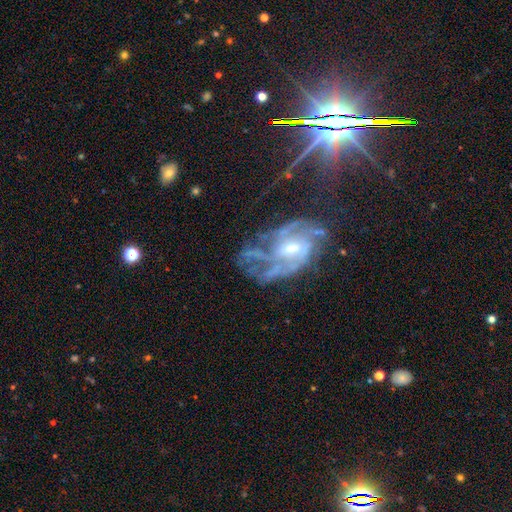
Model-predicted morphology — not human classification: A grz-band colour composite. It shows a featured or disk galaxy (78%) with no bar (51%), medium (44%) spiral arms (90%) and a moderate central bulge (51%). Merging: none (48%).